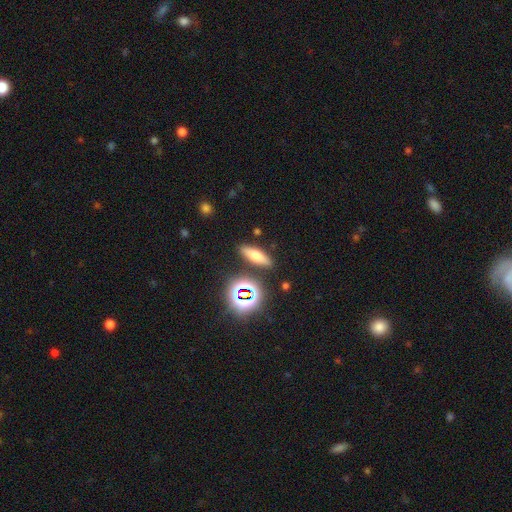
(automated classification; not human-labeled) The model was most divided on "how rounded": cigar-shaped: 46%, in between: 44%, round: 10%. More confident: merging — none (85%); smooth or featured — smooth (64%).